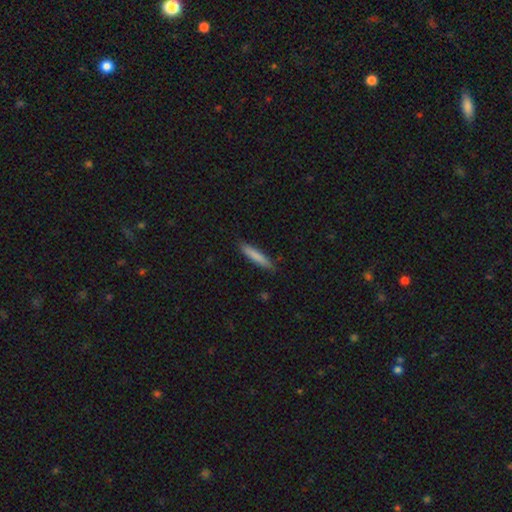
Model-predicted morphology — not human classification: Smooth or featured? Predicted: smooth (p=0.82). How rounded? Predicted: cigar-shaped (p=0.90). Merging? Predicted: none (p=0.87).